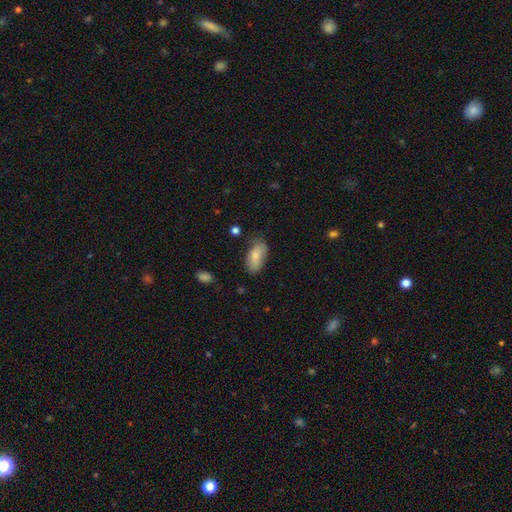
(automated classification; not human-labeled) Q: Smooth or featured?
A: smooth (81%); runner-up: featured or disk (13%)
Q: How rounded?
A: in between (91%); runner-up: cigar-shaped (7%)
Q: Merging?
A: none (67%); runner-up: minor disturbance (25%)